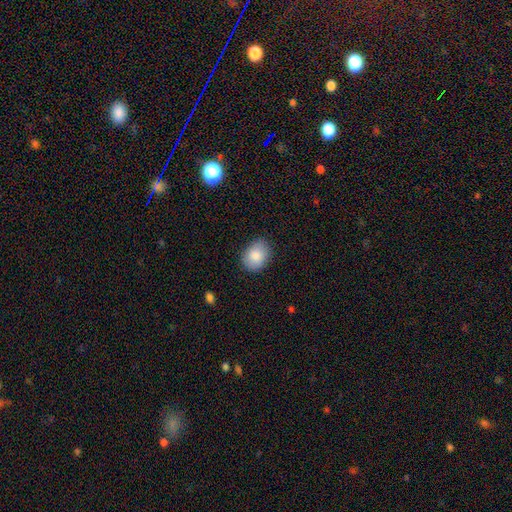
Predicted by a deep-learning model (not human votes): Overall: smooth (86%). How rounded: in between (69%; round 30%). Merging: none (85%).